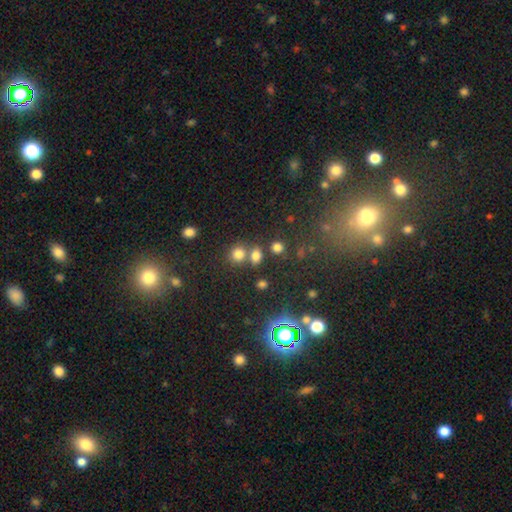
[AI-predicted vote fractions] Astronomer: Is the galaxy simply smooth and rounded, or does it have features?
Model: smooth — 73%.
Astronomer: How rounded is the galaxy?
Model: round — 59% (runner-up: in between, 40%).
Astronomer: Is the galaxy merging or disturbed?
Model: none — 58%.